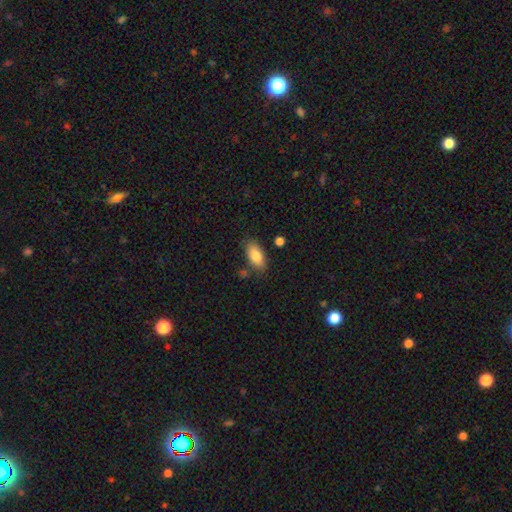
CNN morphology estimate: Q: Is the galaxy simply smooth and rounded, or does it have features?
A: smooth — 83%.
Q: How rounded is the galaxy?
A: in between — 89%.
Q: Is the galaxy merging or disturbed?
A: none — 78%.